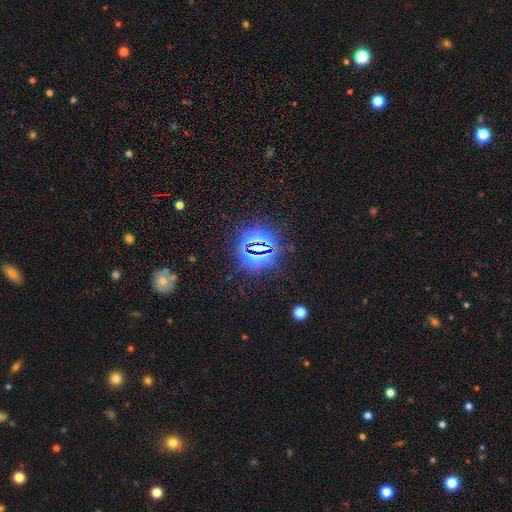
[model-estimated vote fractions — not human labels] Morphology: type=star or artifact (82%).